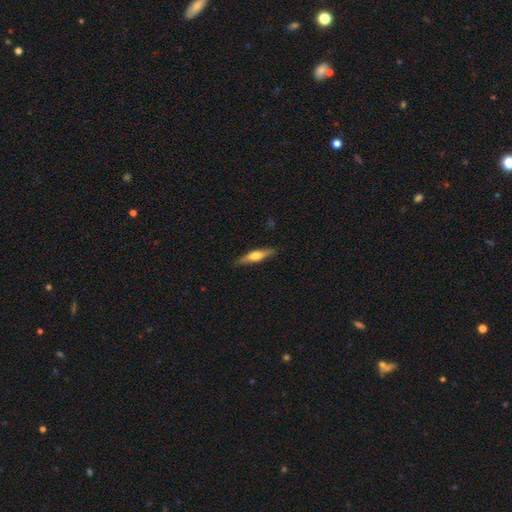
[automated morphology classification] smooth-or-featured: smooth: 47% (tied) | featured or disk: 47% (tied) | star or artifact: 6%
  merging: none: 87% | minor disturbance: 10% | major disturbance: 2% | merger: 1%